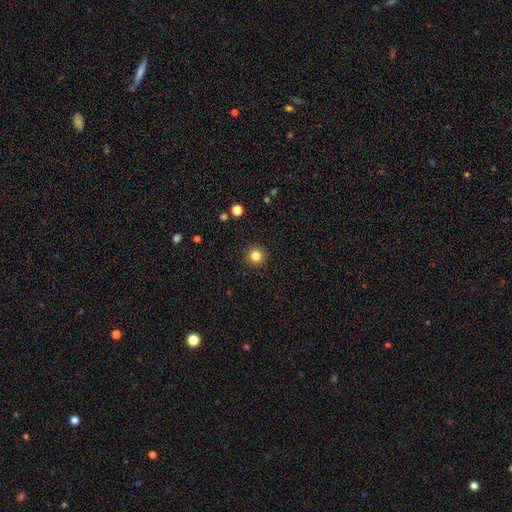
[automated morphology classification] smooth_or_featured: smooth (p=0.83) [alt: star or artifact p=0.12]
how_rounded: round (p=0.95) [alt: in between p=0.04]
merging: none (p=0.92) [alt: minor disturbance p=0.05]